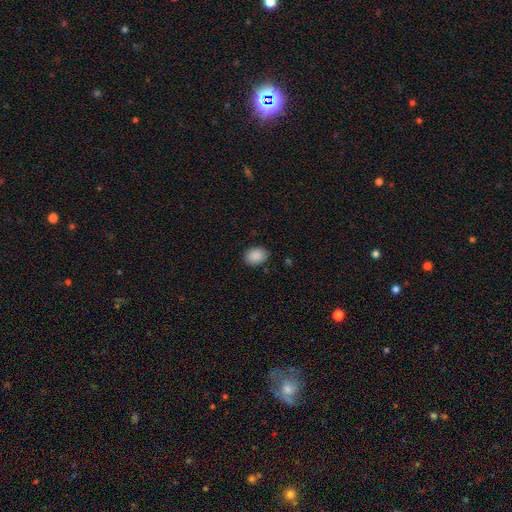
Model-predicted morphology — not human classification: Q: Smooth or featured?
A: smooth (89%); runner-up: star or artifact (8%)
Q: How rounded?
A: in between (66%); runner-up: round (33%)
Q: Merging?
A: none (85%); runner-up: minor disturbance (12%)